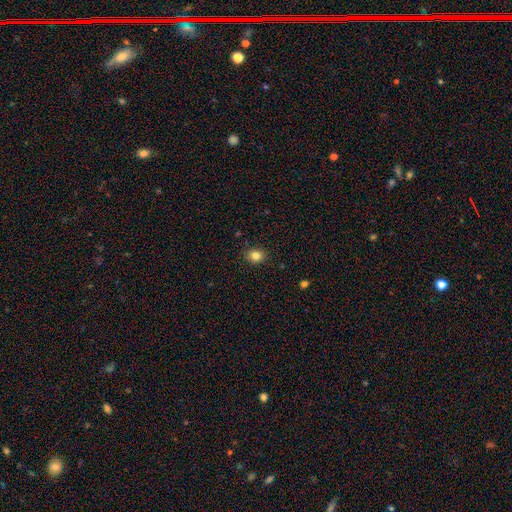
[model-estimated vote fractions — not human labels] Morphology: type=smooth (82%); roundness=round (63%); merging=none (88%).